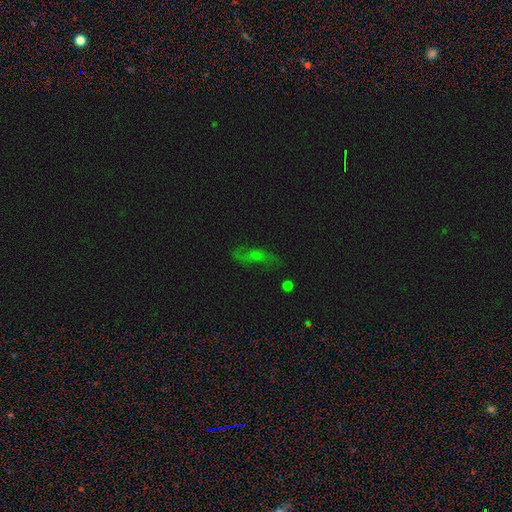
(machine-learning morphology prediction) Q: Smooth or featured?
A: smooth (43%); runner-up: featured or disk (29%)
Q: Merging?
A: none (60%); runner-up: minor disturbance (22%)